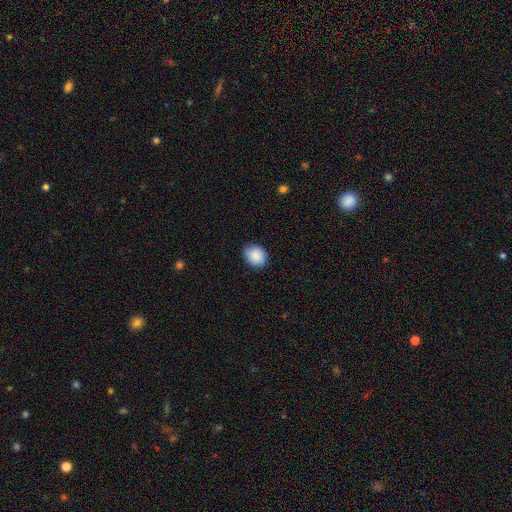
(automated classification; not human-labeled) Smooth or featured: smooth — 88% (star or artifact — 7%)
How rounded: round — 52% (in between — 47%)
Merging: none — 86% (minor disturbance — 11%)